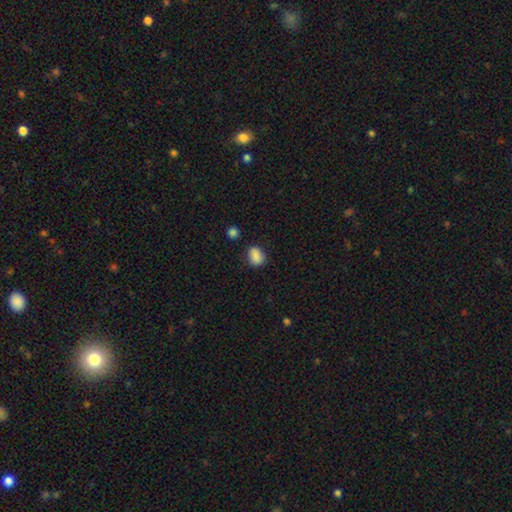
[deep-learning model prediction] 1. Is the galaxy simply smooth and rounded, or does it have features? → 85% smooth, 9% star or artifact, 6% featured or disk.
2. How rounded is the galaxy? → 62% in between, 36% round, 2% cigar-shaped.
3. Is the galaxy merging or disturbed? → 73% none, 19% minor disturbance, 4% major disturbance, 4% merger.